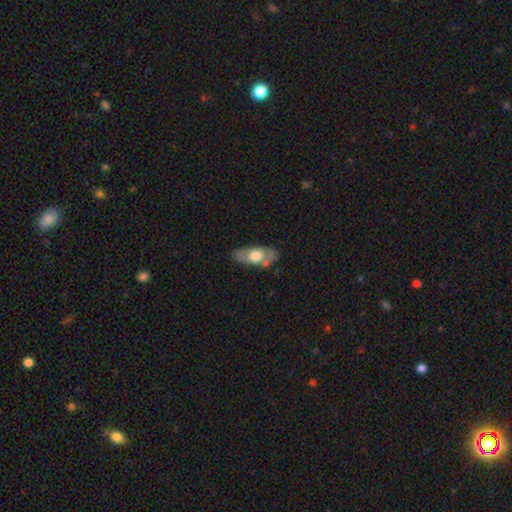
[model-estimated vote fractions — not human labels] Overall: smooth (55%; featured or disk 39%). How rounded: in between (83%). Merging: none (77%).